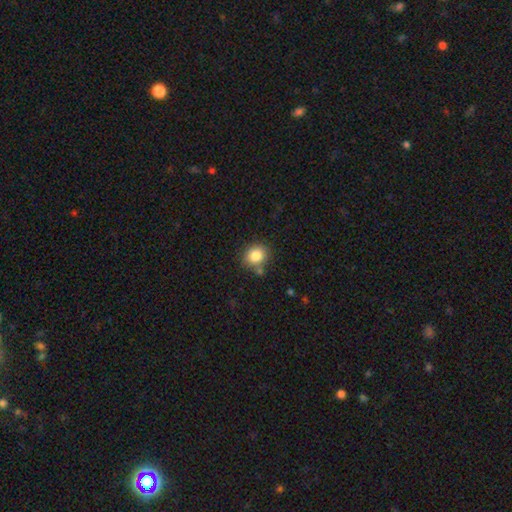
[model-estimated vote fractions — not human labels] A smooth galaxy with no disk features (84%) that is round (67%). Merging: none (75%).